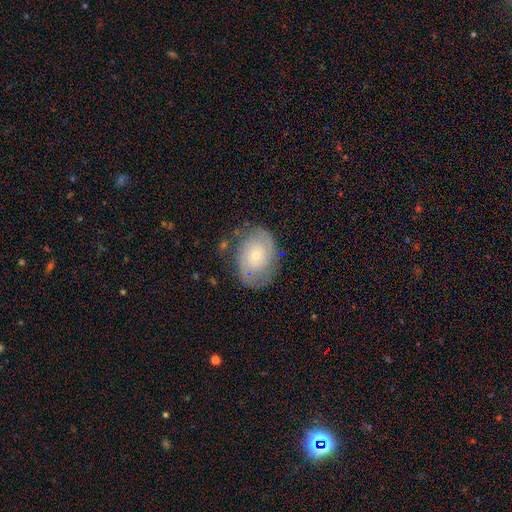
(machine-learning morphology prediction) Smooth or featured? featured or disk (71%)
Edge-on disk? no (97%)
Bar? no (74%)
Spiral arms? yes (88%)
Spiral winding? tight (53%)
Spiral arm count? 2 (65%)
Bulge size? small (70%)
Merging? none (73%)